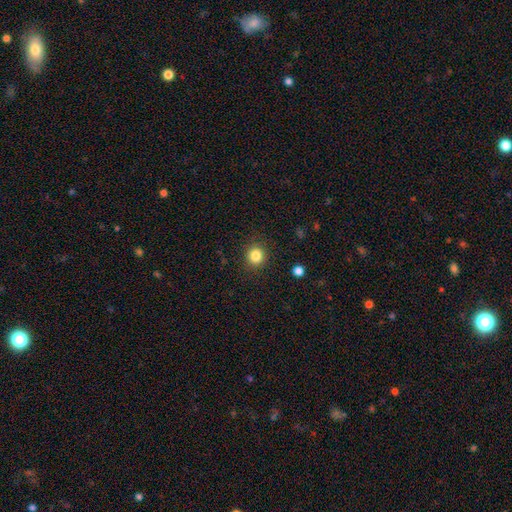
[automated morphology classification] Overall: smooth (83%). How rounded: round (91%). Merging: none (90%).